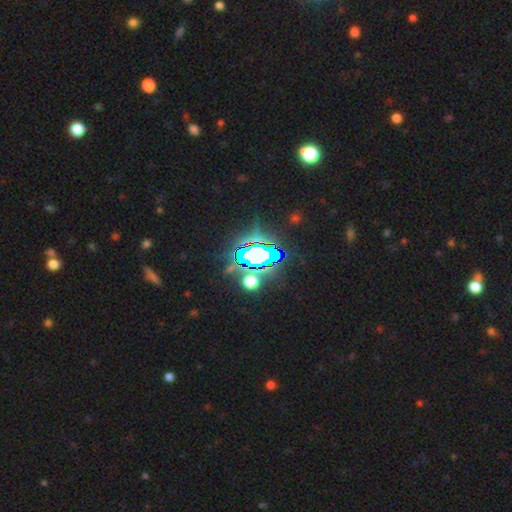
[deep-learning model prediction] smooth-or-featured: star or artifact: 73% | smooth: 14% | featured or disk: 13%